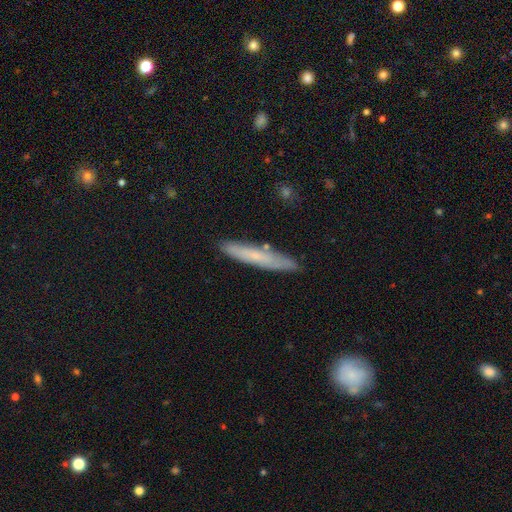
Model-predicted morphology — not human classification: Smooth or featured?
  - smooth: 57% *
  - featured or disk: 36%
  - star or artifact: 7%
How rounded?
  - cigar-shaped: 93% *
  - in between: 5%
  - round: 1%
Merging?
  - none: 83% *
  - minor disturbance: 12%
  - merger: 2%
  - major disturbance: 2%